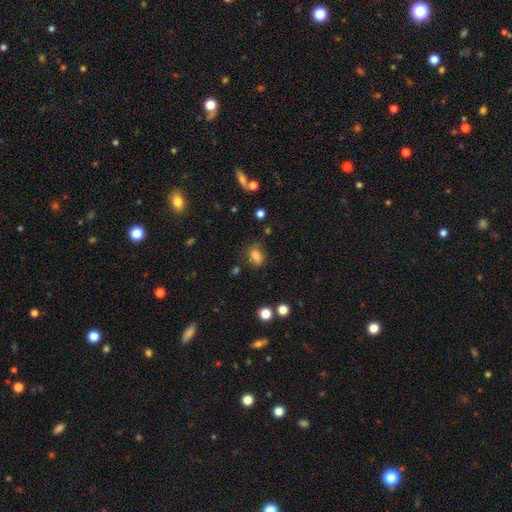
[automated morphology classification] The model was most divided on "merging": none: 73%, minor disturbance: 18%, major disturbance: 6%, merger: 3%. More confident: smooth or featured — smooth (80%); how rounded — in between (78%).